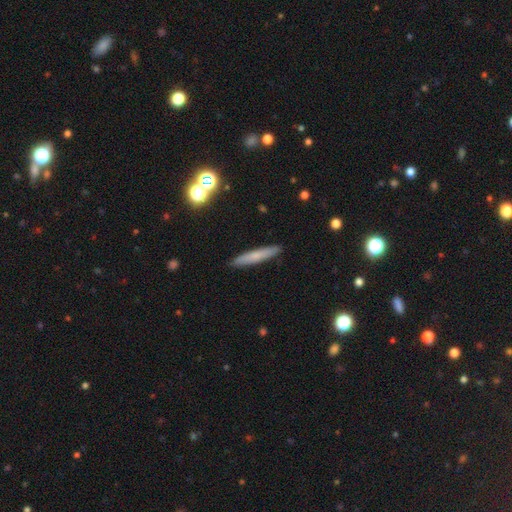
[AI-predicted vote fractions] A smooth galaxy with no disk features (66%) that is cigar-shaped (93%). Merging: none (91%).